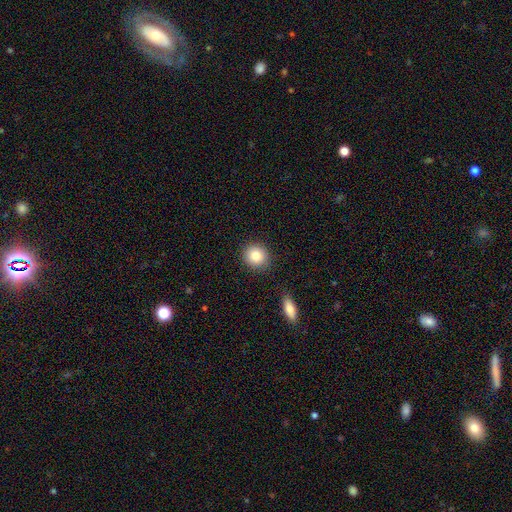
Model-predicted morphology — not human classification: Overall: smooth (84%). How rounded: round (87%). Merging: none (88%).